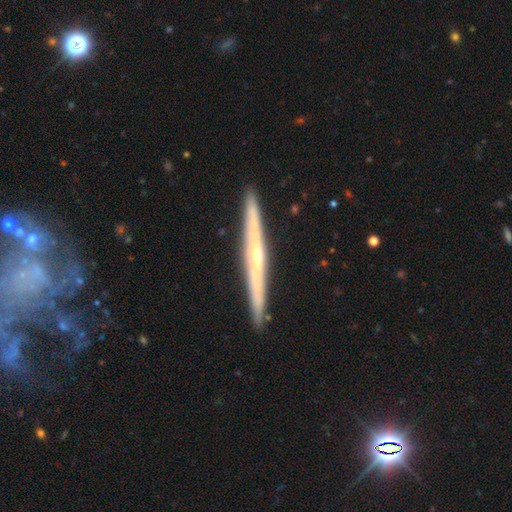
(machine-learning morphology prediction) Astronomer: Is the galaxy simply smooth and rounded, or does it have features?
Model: featured or disk — 74%.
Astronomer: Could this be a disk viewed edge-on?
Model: yes — 96%.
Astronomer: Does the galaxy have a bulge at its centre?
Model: rounded — 68%.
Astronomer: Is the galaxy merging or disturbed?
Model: none — 91%.